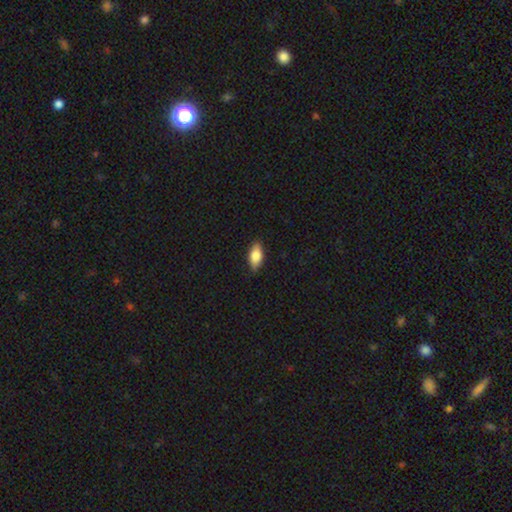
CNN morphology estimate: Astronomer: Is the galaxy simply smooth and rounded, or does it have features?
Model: smooth — 80%.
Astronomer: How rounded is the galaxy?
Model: in between — 87%.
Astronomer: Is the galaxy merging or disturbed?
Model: none — 85%.